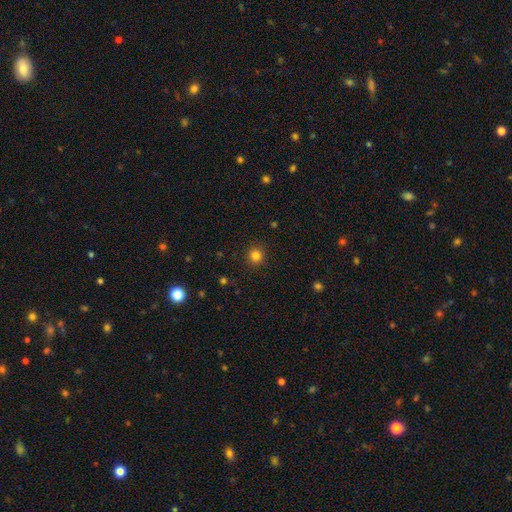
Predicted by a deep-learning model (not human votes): Morphology: type=smooth (82%); roundness=round (94%); merging=none (91%).